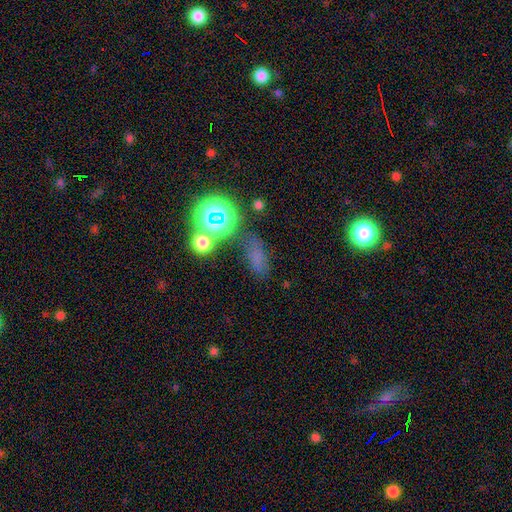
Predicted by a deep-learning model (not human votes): Smooth or featured?
  - smooth: 53% *
  - star or artifact: 34%
  - featured or disk: 13%
How rounded?
  - in between: 64% *
  - round: 23%
  - cigar-shaped: 13%
Merging?
  - none: 66% *
  - minor disturbance: 18%
  - major disturbance: 9%
  - merger: 8%